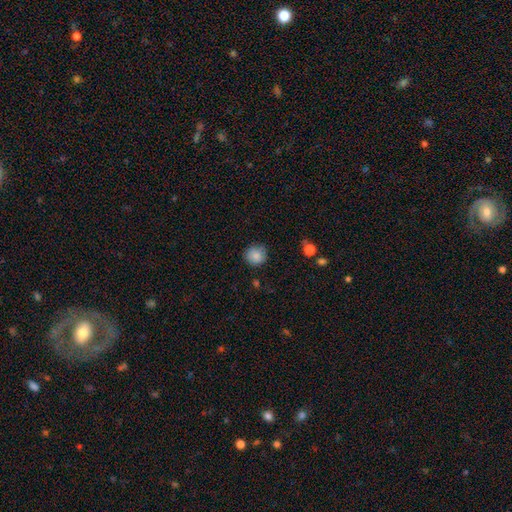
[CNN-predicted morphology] smooth_or_featured: smooth (p=0.86) [alt: star or artifact p=0.09]
how_rounded: round (p=0.91) [alt: in between p=0.08]
merging: none (p=0.83) [alt: minor disturbance p=0.13]